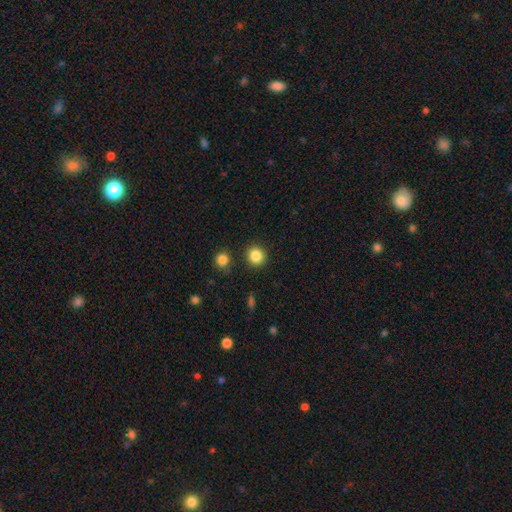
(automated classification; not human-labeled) Q: Smooth or featured?
A: smooth (86%); runner-up: star or artifact (10%)
Q: How rounded?
A: round (89%); runner-up: in between (10%)
Q: Merging?
A: none (89%); runner-up: minor disturbance (6%)